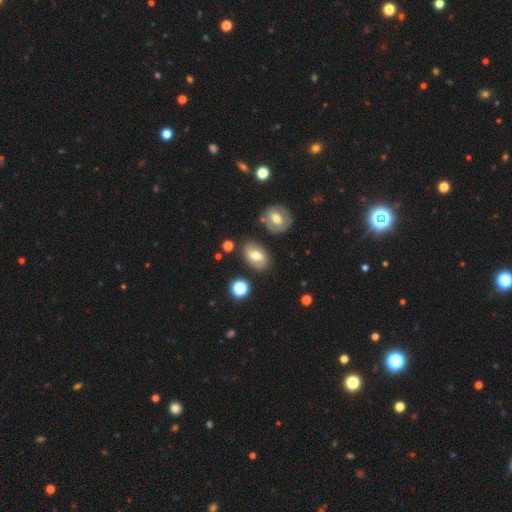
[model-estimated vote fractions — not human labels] Overall: smooth (62%; featured or disk 28%). How rounded: in between (83%). Merging: none (81%).